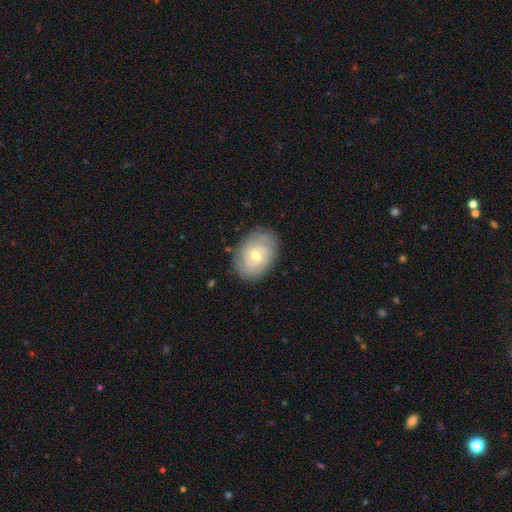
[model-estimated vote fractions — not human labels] This appears to be a featured or disk galaxy (70%) with no bar (57%), 2 (36%) tight (67%) spiral arms (88%) and a moderate central bulge (54%). Merging: none (82%).